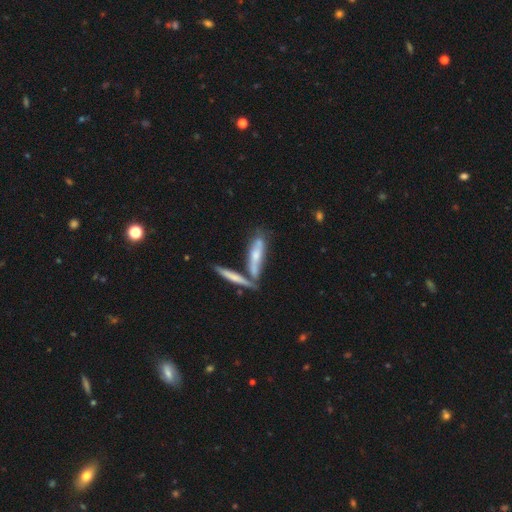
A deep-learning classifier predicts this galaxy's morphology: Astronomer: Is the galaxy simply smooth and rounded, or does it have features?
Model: featured or disk — 50% (runner-up: smooth, 41%).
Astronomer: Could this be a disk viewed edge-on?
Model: yes — 69%.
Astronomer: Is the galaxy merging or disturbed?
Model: none — 47% (runner-up: merger, 34%).